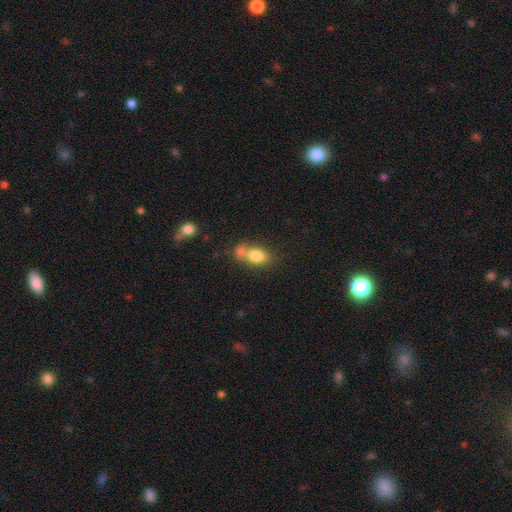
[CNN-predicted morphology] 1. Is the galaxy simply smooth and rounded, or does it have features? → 78% smooth, 13% featured or disk, 9% star or artifact.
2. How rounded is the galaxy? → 79% in between, 17% round, 4% cigar-shaped.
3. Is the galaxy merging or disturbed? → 48% merger, 35% none, 12% minor disturbance, 5% major disturbance.